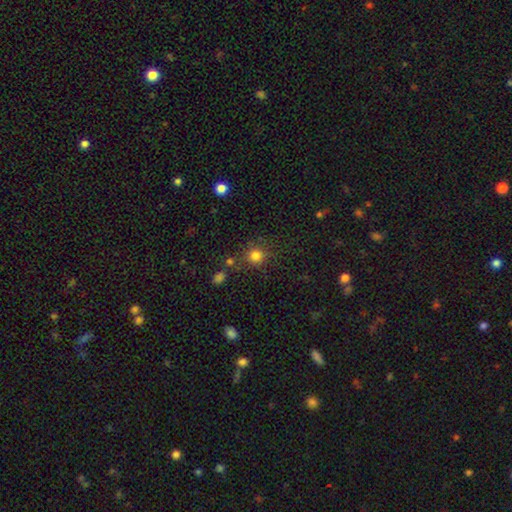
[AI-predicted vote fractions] Smooth or featured? Predicted: smooth (p=0.79). How rounded? Predicted: round (p=0.91). Merging? Predicted: none (p=0.74).